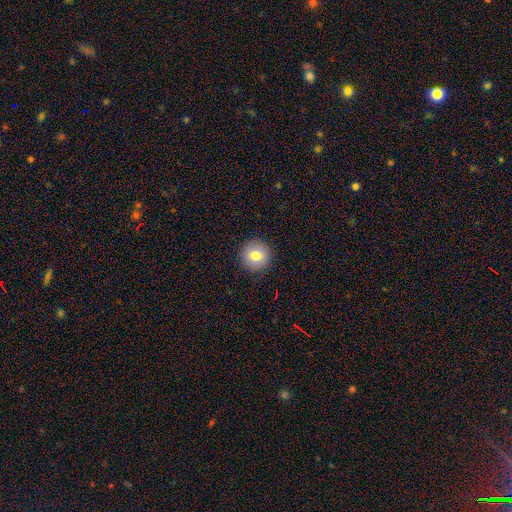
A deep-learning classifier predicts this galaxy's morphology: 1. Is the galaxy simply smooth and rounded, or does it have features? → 80% smooth, 11% featured or disk, 9% star or artifact.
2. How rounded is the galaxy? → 95% round, 4% in between, 1% cigar-shaped.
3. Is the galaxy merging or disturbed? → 91% none, 6% minor disturbance, 2% major disturbance, 1% merger.